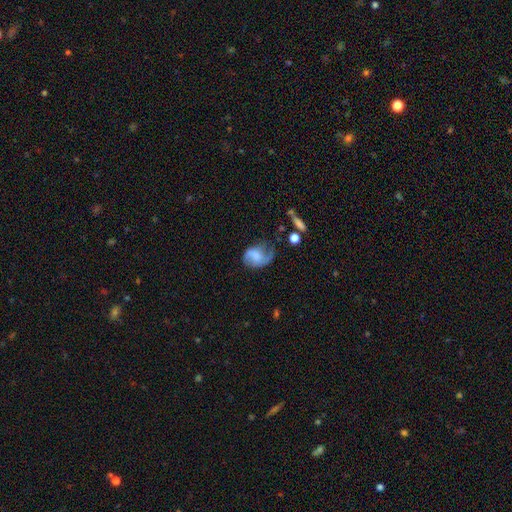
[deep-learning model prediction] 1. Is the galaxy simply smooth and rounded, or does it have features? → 51% featured or disk, 40% smooth, 9% star or artifact.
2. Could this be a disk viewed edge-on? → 97% no, 3% yes.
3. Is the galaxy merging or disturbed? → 37% none, 30% minor disturbance, 29% major disturbance, 4% merger.